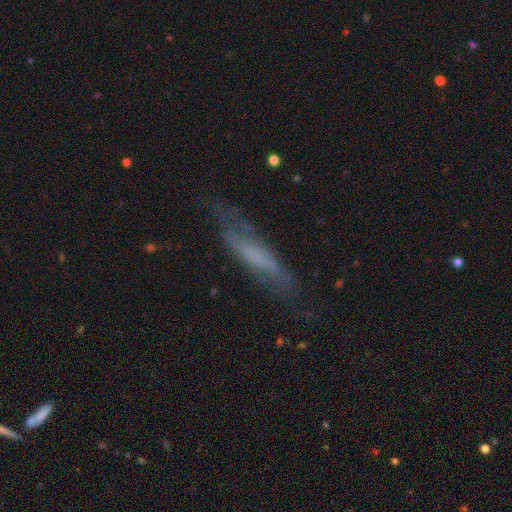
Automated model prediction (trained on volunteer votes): The model was most divided on "edge-on disk": no: 51%, yes: 49%. More confident: merging — none (60%); smooth or featured — featured or disk (53%).